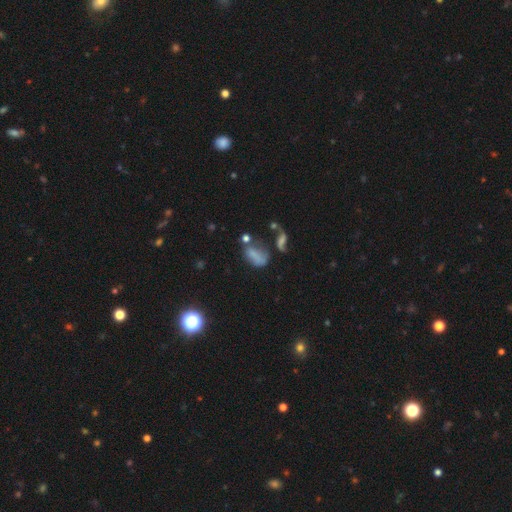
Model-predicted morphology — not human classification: Smooth or featured? Predicted: smooth (p=0.59). How rounded? Predicted: in between (p=0.83). Merging? Predicted: major disturbance (p=0.29).